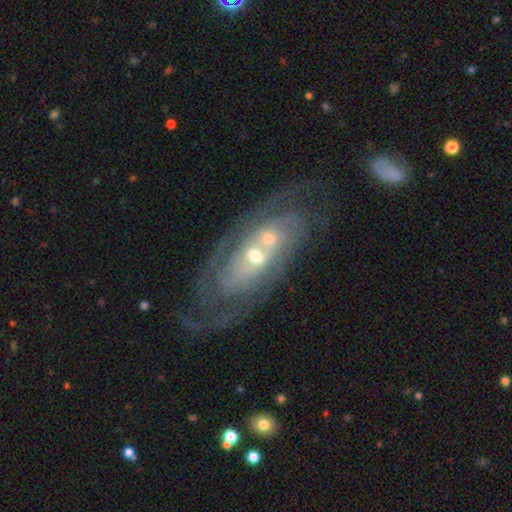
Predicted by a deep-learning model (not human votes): Smooth or featured: featured or disk — 83% (smooth — 10%)
Edge-on disk: no — 93% (yes — 7%)
Bar: no — 76% (weak — 18%)
Spiral arms: yes — 88% (no — 12%)
Spiral winding: tight — 64% (medium — 27%)
Spiral arm count: can't tell — 39% (2 — 34%)
Bulge size: small — 49% (moderate — 45%)
Merging: none — 46% (merger — 29%)